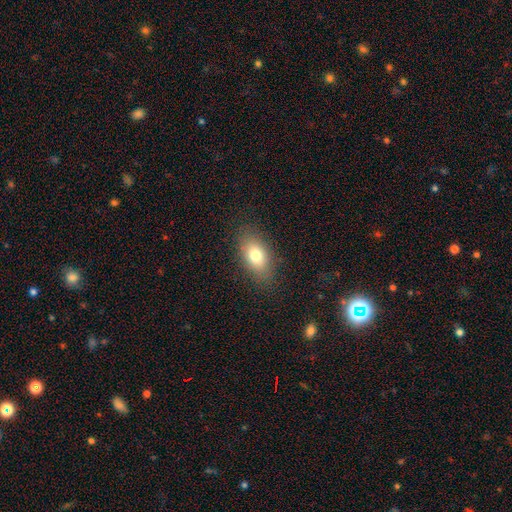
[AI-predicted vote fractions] Morphology: type=smooth (76%); roundness=in between (87%); merging=none (85%).